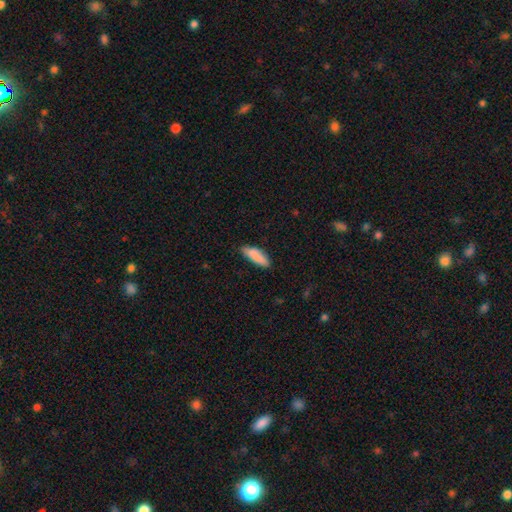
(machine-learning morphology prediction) Overall: smooth (87%). How rounded: cigar-shaped (50%; in between 48%). Merging: none (78%).